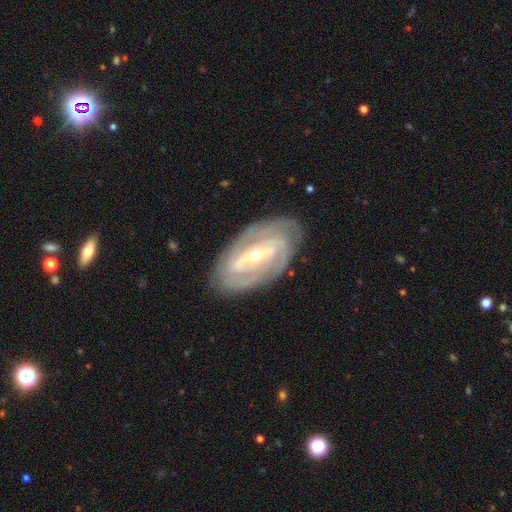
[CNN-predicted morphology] Smooth or featured? featured or disk (89%)
Edge-on disk? no (94%)
Bar? strong (52%)
Spiral arms? yes (95%)
Spiral winding? tight (67%)
Spiral arm count? 2 (39%)
Bulge size? small (55%)
Merging? none (81%)